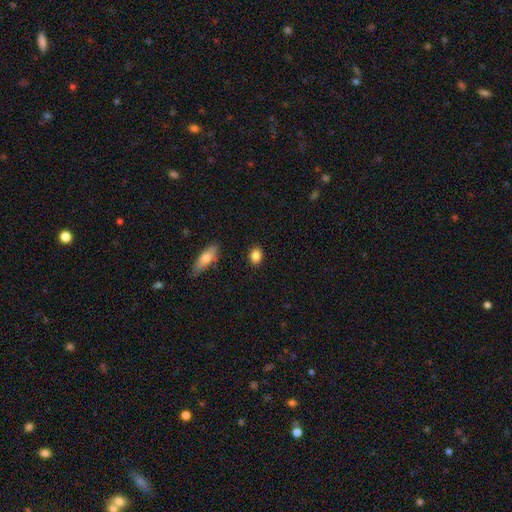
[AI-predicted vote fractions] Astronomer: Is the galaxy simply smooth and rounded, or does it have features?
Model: smooth — 85%.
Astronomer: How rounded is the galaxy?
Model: in between — 56% (runner-up: round, 41%).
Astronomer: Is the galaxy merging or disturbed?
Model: none — 88%.